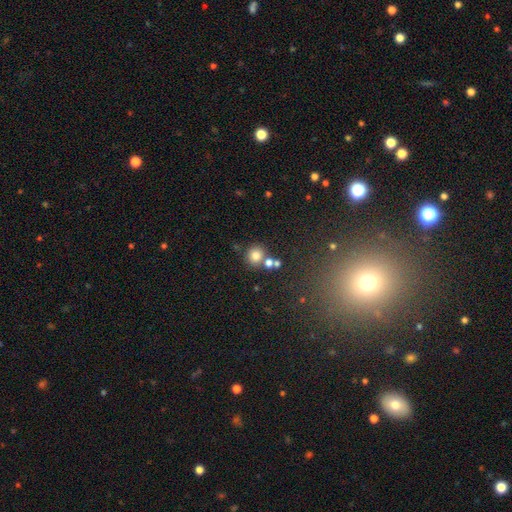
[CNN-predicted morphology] Overall: smooth (79%). How rounded: round (88%). Merging: none (69%).